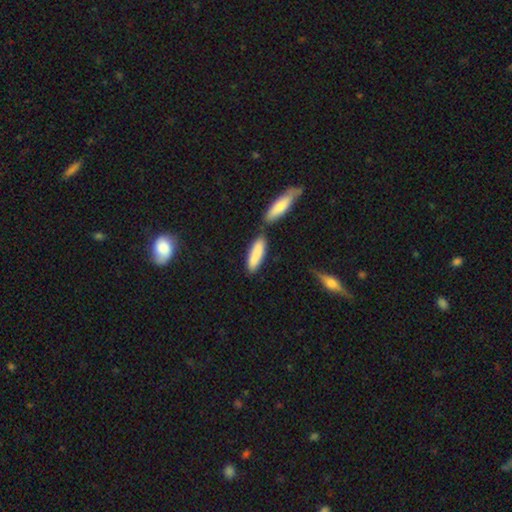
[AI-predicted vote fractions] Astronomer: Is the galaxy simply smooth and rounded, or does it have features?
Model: smooth — 86%.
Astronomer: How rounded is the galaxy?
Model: cigar-shaped — 60% (runner-up: in between, 38%).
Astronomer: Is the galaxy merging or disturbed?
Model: none — 65%.